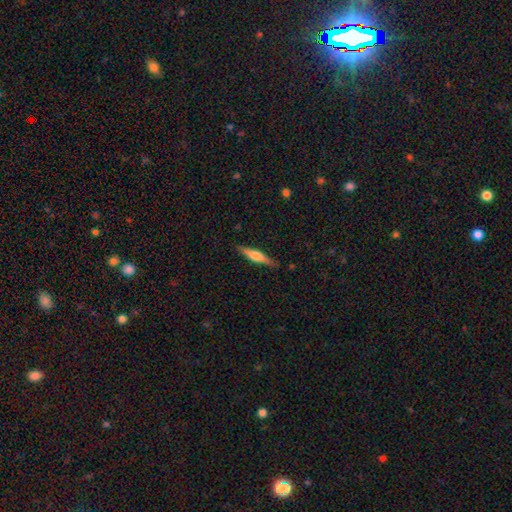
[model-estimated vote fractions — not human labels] Q: Smooth or featured?
A: featured or disk (60%); runner-up: smooth (34%)
Q: Edge-on disk?
A: yes (97%); runner-up: no (3%)
Q: Edge-on bulge?
A: rounded (86%); runner-up: boxy (10%)
Q: Merging?
A: none (87%); runner-up: minor disturbance (9%)